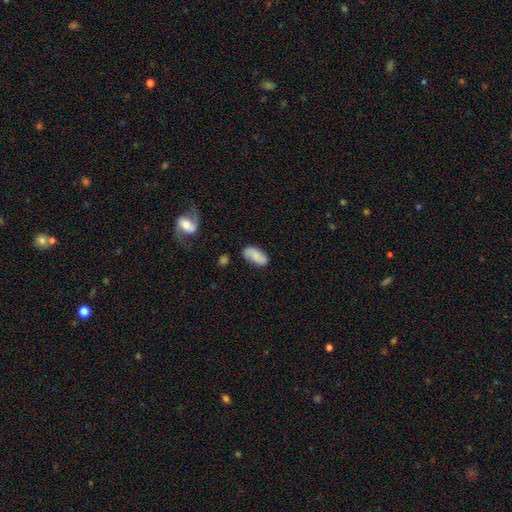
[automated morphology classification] Overall: smooth (73%). How rounded: in between (92%). Merging: none (71%).